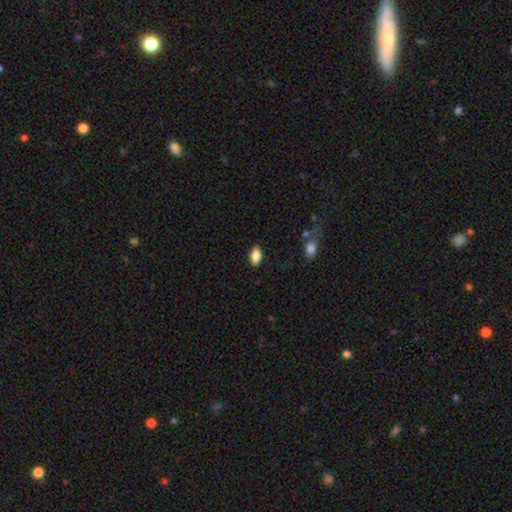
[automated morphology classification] smooth_or_featured: smooth (p=0.84) [alt: featured or disk p=0.08]
how_rounded: in between (p=0.91) [alt: cigar-shaped p=0.05]
merging: none (p=0.86) [alt: minor disturbance p=0.10]